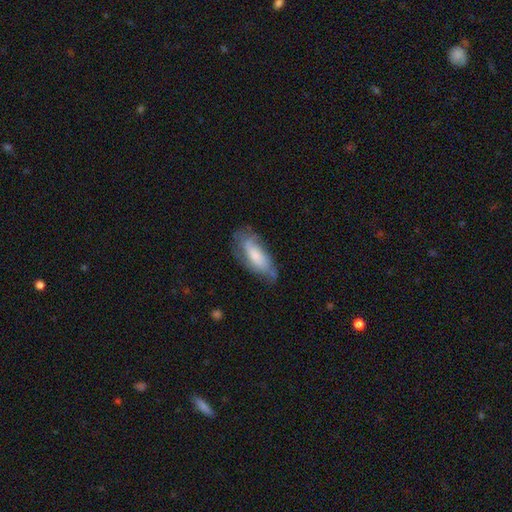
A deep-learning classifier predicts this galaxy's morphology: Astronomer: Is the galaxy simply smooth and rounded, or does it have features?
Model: smooth — 50% (runner-up: featured or disk, 42%).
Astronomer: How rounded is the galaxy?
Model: in between — 73%.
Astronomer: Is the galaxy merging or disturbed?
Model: none — 53% (runner-up: minor disturbance, 31%).